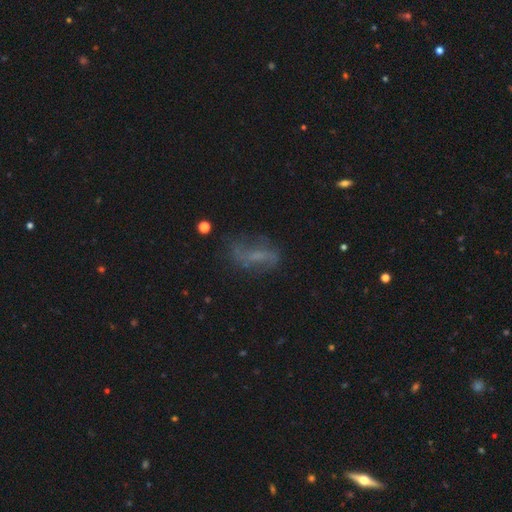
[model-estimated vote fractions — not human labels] Smooth or featured: featured or disk — 49% (smooth — 35%)
Merging: none — 58% (minor disturbance — 23%)